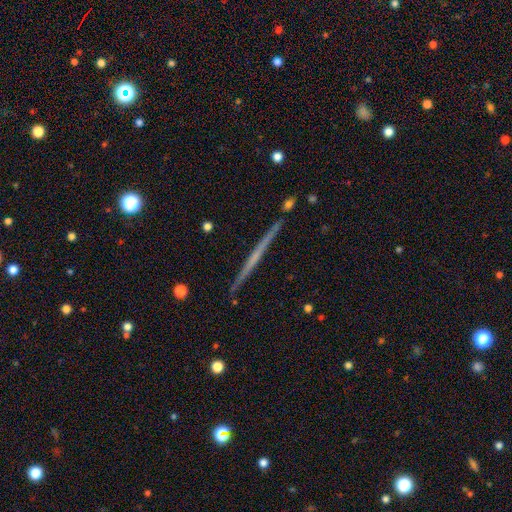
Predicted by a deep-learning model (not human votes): Smooth or featured? featured or disk (69%)
Edge-on disk? yes (98%)
Edge-on bulge? none (79%)
Merging? none (91%)